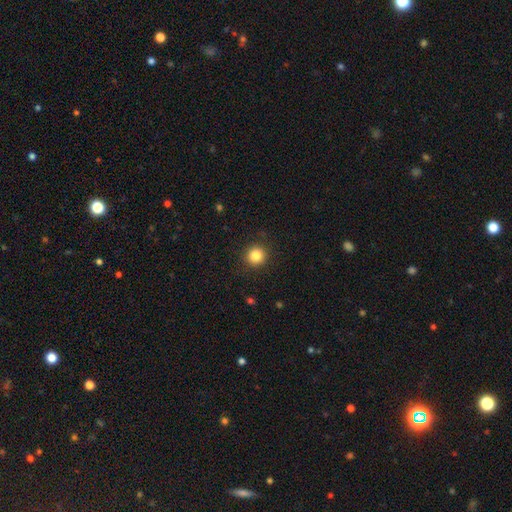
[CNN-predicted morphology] Overall: smooth (84%). How rounded: round (94%). Merging: none (91%).